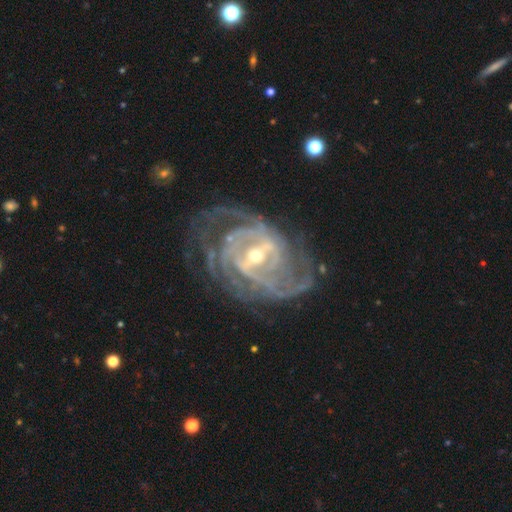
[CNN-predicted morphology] The model was most divided on "spiral arm count": 4: 23%, can't tell: 22%, 3: 18%, 2: 17%, more than 4: 12%, 1: 7%. More confident: spiral arms — yes (98%); edge-on disk — no (97%); smooth or featured — featured or disk (92%); merging — none (67%); spiral winding — tight (59%); bulge size — small (54%); bar — strong (51%).